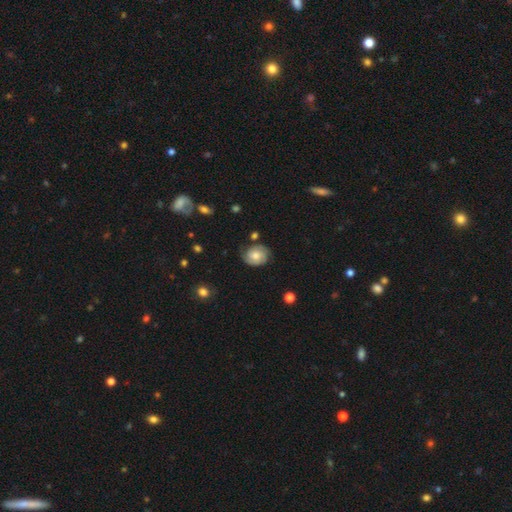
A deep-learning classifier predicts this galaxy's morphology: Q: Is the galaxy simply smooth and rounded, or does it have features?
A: smooth — 56%.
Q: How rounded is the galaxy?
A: round — 56%.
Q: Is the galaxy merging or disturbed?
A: none — 70%.